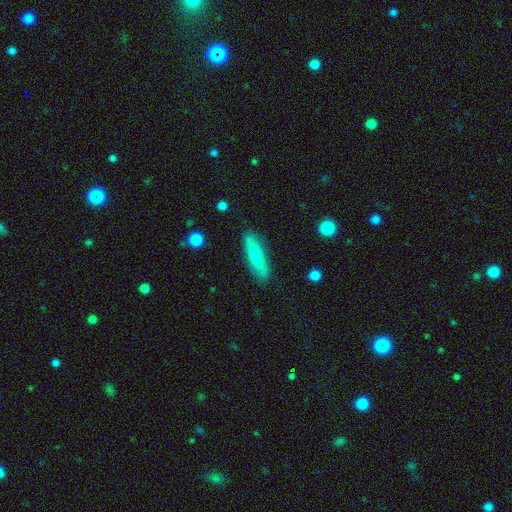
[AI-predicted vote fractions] Smooth or featured?
  - smooth: 70% *
  - featured or disk: 24%
  - star or artifact: 6%
How rounded?
  - cigar-shaped: 72% *
  - in between: 26%
  - round: 2%
Merging?
  - none: 83% *
  - minor disturbance: 12%
  - major disturbance: 3%
  - merger: 1%